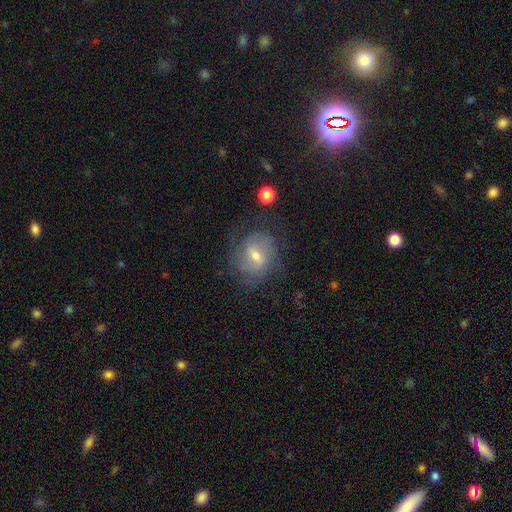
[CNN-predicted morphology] type=featured or disk (66%); edge-on=no (96%); bar=weak (57%); spiral arms=yes (83%); winding=medium (42%); arm count=2 (46%); bulge=moderate (52%); merging=none (63%).